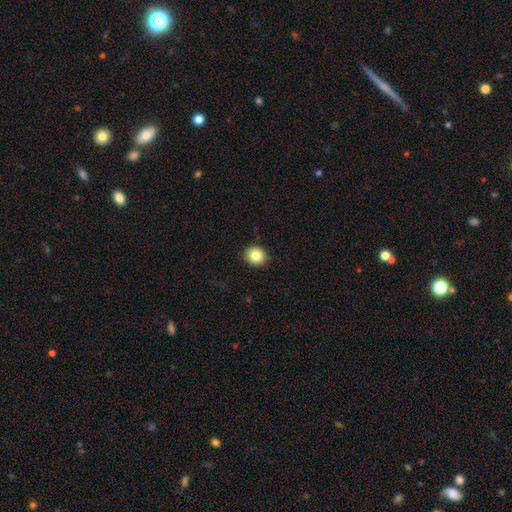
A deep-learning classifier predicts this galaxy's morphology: Smooth or featured: smooth — 83% (star or artifact — 10%)
How rounded: round — 81% (in between — 18%)
Merging: none — 90% (minor disturbance — 7%)